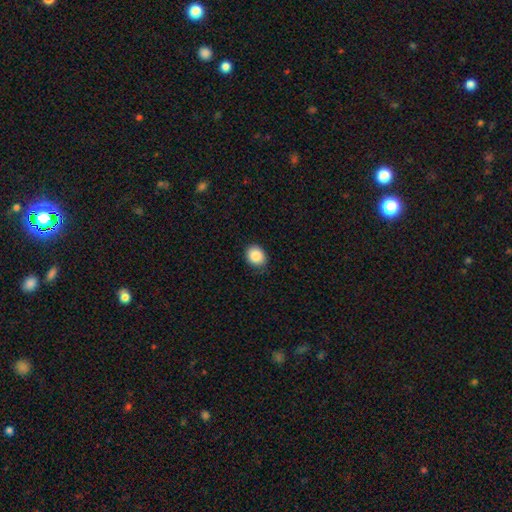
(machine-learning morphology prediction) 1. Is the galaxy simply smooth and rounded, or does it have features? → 88% smooth, 9% star or artifact, 4% featured or disk.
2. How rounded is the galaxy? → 63% round, 36% in between, 1% cigar-shaped.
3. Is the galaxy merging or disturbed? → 83% none, 13% minor disturbance, 2% major disturbance, 1% merger.